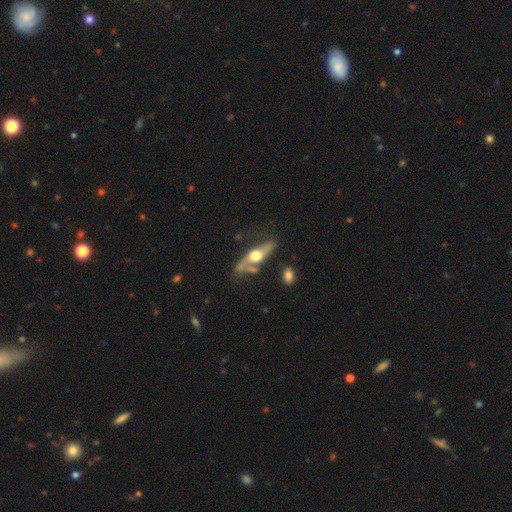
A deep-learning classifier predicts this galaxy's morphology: This appears to be a featured or disk galaxy (69%) viewed edge-on (59%). Merging: none (50%).